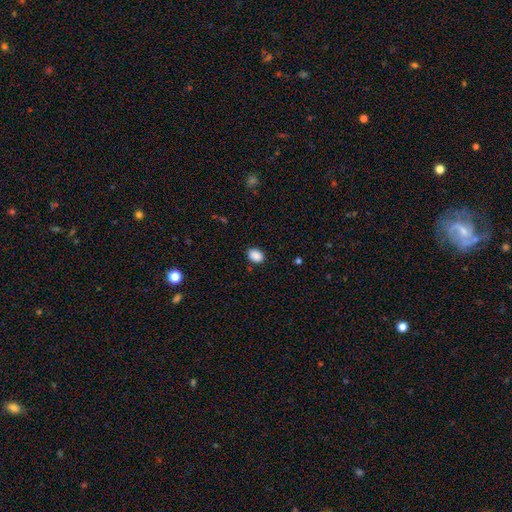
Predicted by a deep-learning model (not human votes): Smooth or featured: smooth — 89% (star or artifact — 8%)
How rounded: in between — 71% (round — 28%)
Merging: none — 86% (minor disturbance — 10%)